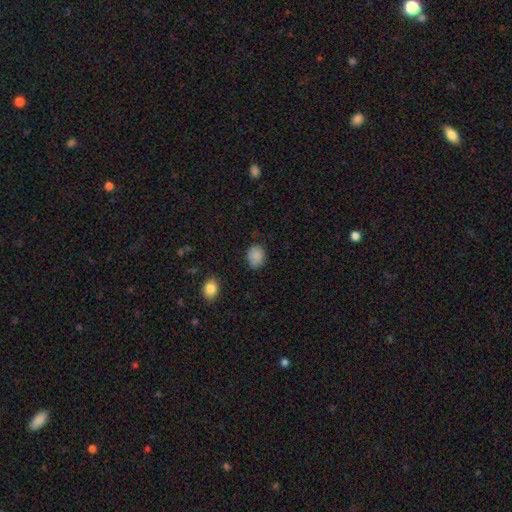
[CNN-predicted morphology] smooth 85%, star or artifact 10%, featured or disk 6%. Down the decision tree: how rounded — round (51%); merging — none (69%).